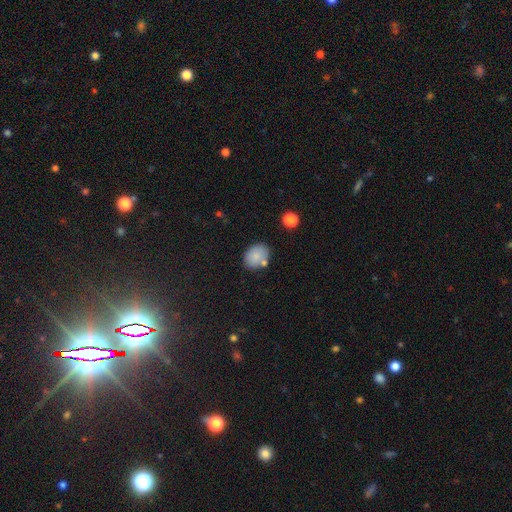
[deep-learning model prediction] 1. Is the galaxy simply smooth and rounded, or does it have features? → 82% smooth, 9% featured or disk, 9% star or artifact.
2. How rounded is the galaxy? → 64% in between, 35% round, 1% cigar-shaped.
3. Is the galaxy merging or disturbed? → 72% none, 15% minor disturbance, 10% merger, 4% major disturbance.